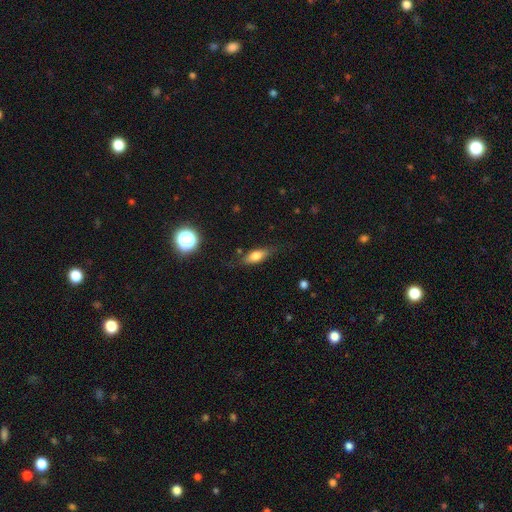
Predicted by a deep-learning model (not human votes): Q: Smooth or featured?
A: smooth (68%); runner-up: featured or disk (24%)
Q: How rounded?
A: in between (66%); runner-up: cigar-shaped (29%)
Q: Merging?
A: none (74%); runner-up: minor disturbance (19%)